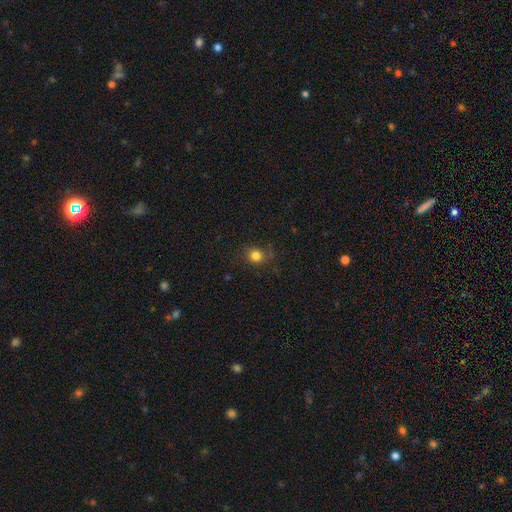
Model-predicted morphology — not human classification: A smooth galaxy with no disk features (80%) that is round (86%).

Vote fractions:
- Smooth or featured? smooth: 80% / star or artifact: 13% / featured or disk: 7%
- How rounded? round: 86% / in between: 13% / cigar-shaped: 1%
- Merging? none: 75% / minor disturbance: 17% / major disturbance: 7% / merger: 1%